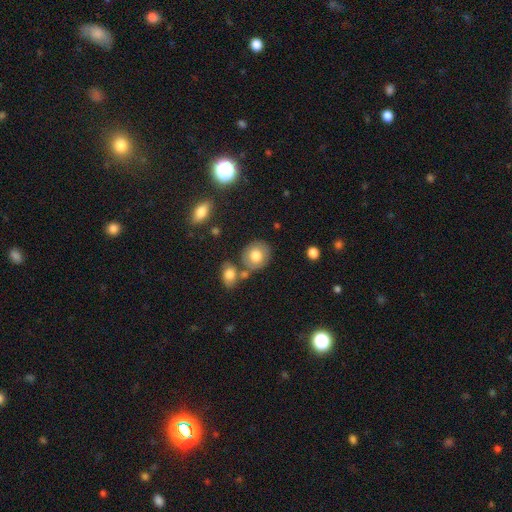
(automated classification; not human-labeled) This is likely a smooth galaxy (75%). How rounded: likely round (75%). Merging: likely none (69%).